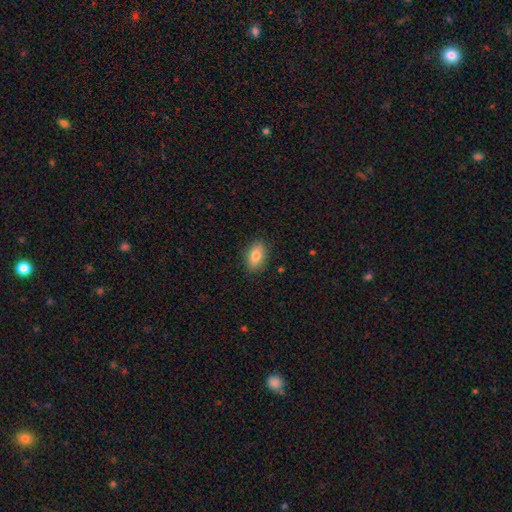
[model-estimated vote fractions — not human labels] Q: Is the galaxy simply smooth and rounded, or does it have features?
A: smooth — 82%.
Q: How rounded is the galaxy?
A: in between — 87%.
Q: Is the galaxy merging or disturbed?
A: none — 86%.